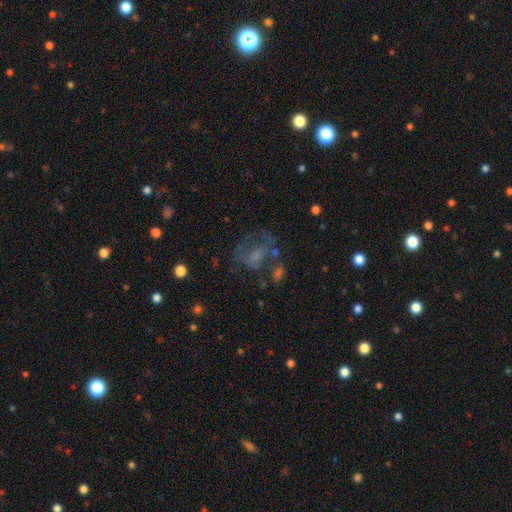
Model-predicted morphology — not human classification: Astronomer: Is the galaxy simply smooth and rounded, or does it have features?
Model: featured or disk — 48% (runner-up: smooth, 29%).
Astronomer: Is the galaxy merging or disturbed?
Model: none — 45% (runner-up: major disturbance, 28%).